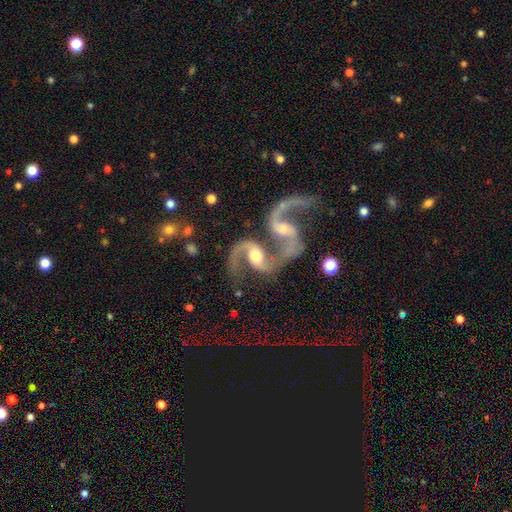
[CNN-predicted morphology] smooth-or-featured: featured or disk: 89% | smooth: 6% | star or artifact: 5%
  disk-edge-on: no: 97% | yes: 3%
    bar: no: 39% | weak: 38% | strong: 23%
    has-spiral-arms: yes: 96% | no: 4%
      spiral-winding: loose: 56% | medium: 38% | tight: 6%
      spiral-arm-count: 2: 91% | 1: 4% | can't tell: 2% | 3: 1% | 4: 1% | more than 4: 1%
    bulge-size: moderate: 63% | small: 20% | large: 12% | none: 3% | dominant: 2%
  merging: merger: 60% | none: 24% | minor disturbance: 9% | major disturbance: 7%